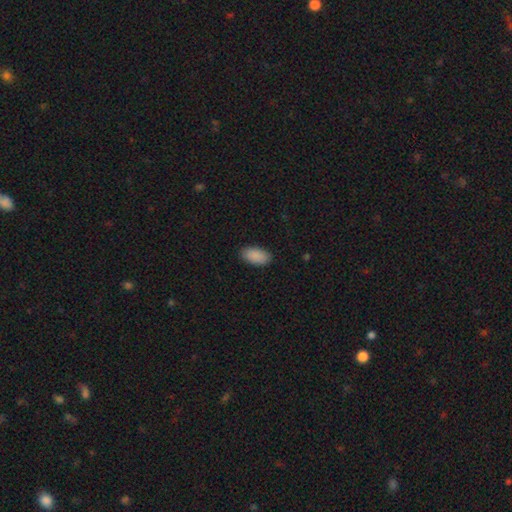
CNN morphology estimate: This appears to be a smooth galaxy with no disk features (90%) that is in between round and cigar-shaped (95%). Merging: none (88%).